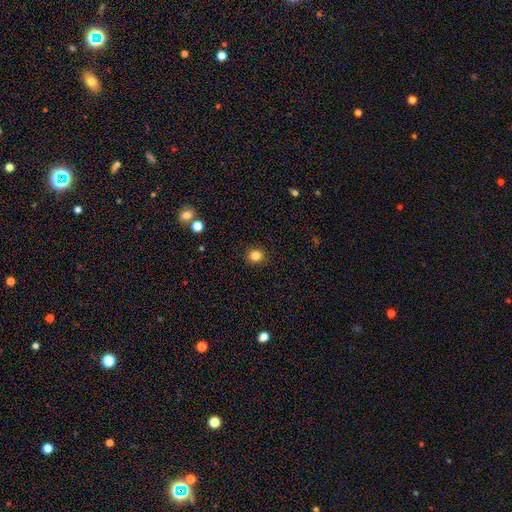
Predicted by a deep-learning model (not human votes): smooth_or_featured: smooth (p=0.83) [alt: star or artifact p=0.12]
how_rounded: round (p=0.82) [alt: in between p=0.17]
merging: none (p=0.90) [alt: minor disturbance p=0.06]